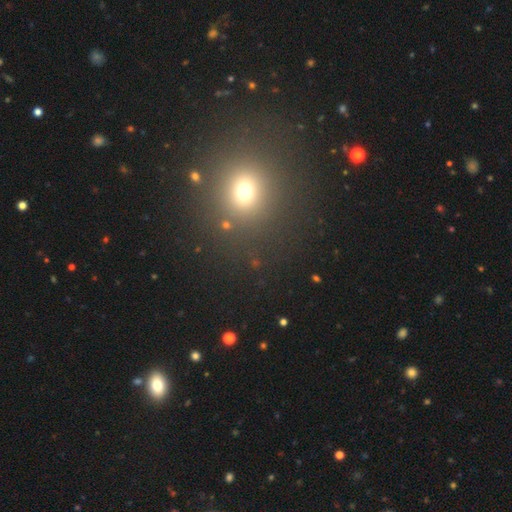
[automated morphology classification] This is possibly a smooth galaxy (56%). How rounded: clearly round (87%). Merging: clearly none (90%).